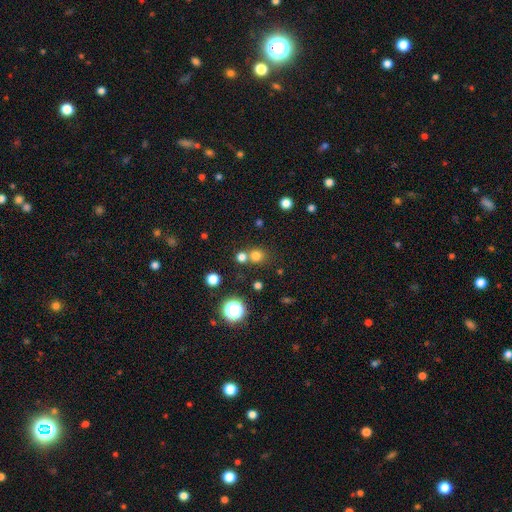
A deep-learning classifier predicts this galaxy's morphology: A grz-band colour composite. It shows a smooth galaxy with no disk features (73%) that is round (88%). Merging: none (64%).